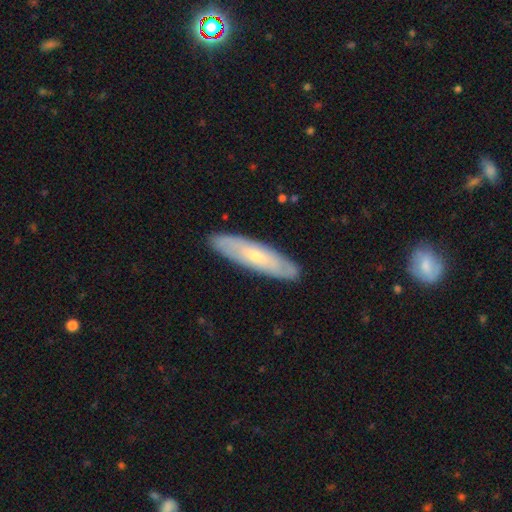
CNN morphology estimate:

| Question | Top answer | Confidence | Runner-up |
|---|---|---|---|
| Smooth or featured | featured or disk | 50% | smooth (44%) |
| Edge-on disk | no | 57% | yes (43%) |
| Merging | none | 88% | minor disturbance (9%) |